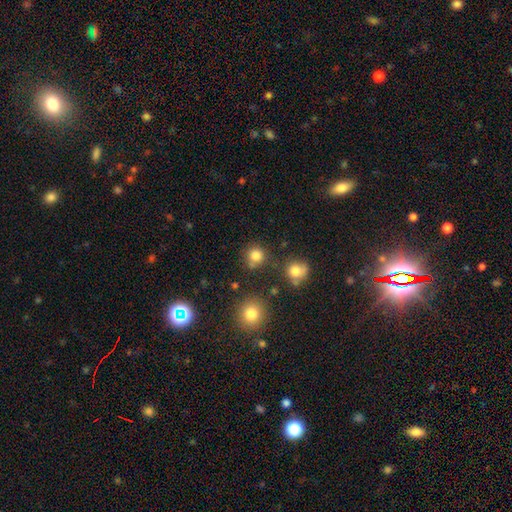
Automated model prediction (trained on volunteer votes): smooth_or_featured: smooth (p=0.81) [alt: star or artifact p=0.14]
how_rounded: round (p=0.91) [alt: in between p=0.08]
merging: none (p=0.74) [alt: minor disturbance p=0.11]